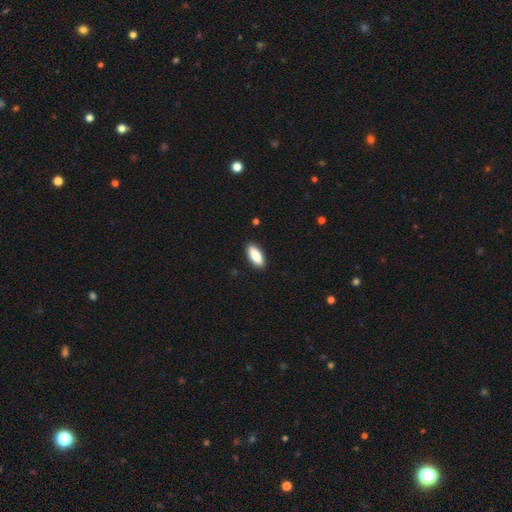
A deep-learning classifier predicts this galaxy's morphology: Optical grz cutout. It shows a smooth galaxy with no disk features (87%) that is in between round and cigar-shaped (79%). Merging: none (90%).